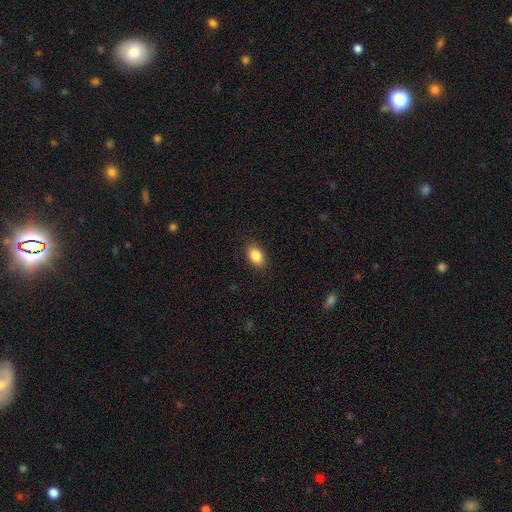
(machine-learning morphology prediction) Overall: smooth (87%). How rounded: in between (86%). Merging: none (88%).